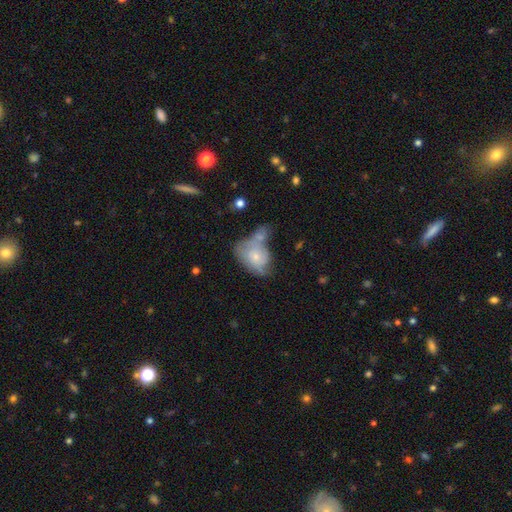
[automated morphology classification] Smooth or featured?
  - smooth: 53% *
  - featured or disk: 39%
  - star or artifact: 7%
How rounded?
  - in between: 72% *
  - round: 26%
  - cigar-shaped: 2%
Merging?
  - merger: 43% *
  - none: 25%
  - minor disturbance: 19%
  - major disturbance: 12%